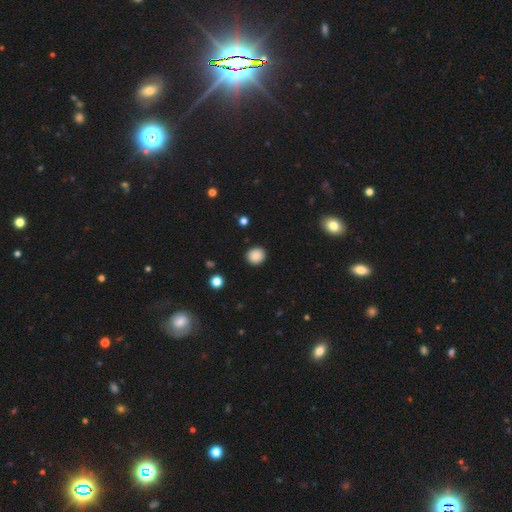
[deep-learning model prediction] A smooth galaxy with no disk features (88%) that is round (84%).

Vote fractions:
- Smooth or featured? smooth: 88% / star or artifact: 9% / featured or disk: 3%
- How rounded? round: 84% / in between: 15% / cigar-shaped: 1%
- Merging? none: 90% / minor disturbance: 7% / major disturbance: 2% / merger: 1%